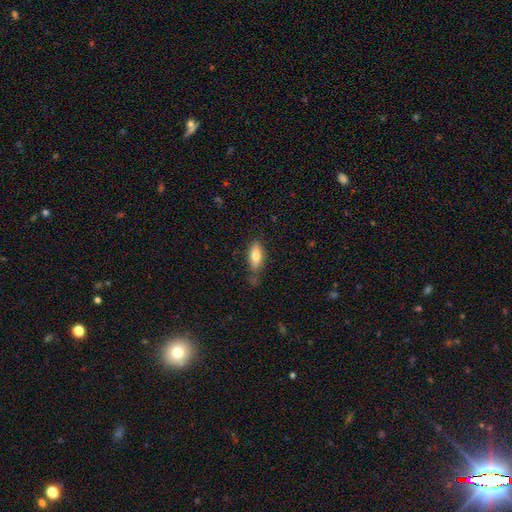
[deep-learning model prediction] Smooth or featured? Predicted: smooth (p=0.72). How rounded? Predicted: in between (p=0.72). Merging? Predicted: none (p=0.65).